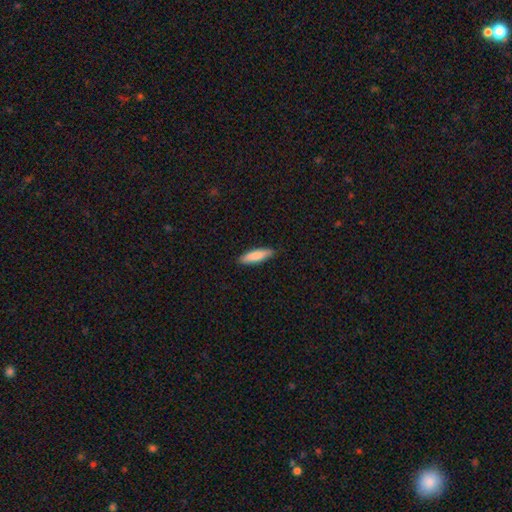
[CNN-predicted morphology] Smooth or featured? smooth (83%)
How rounded? cigar-shaped (69%)
Merging? none (89%)